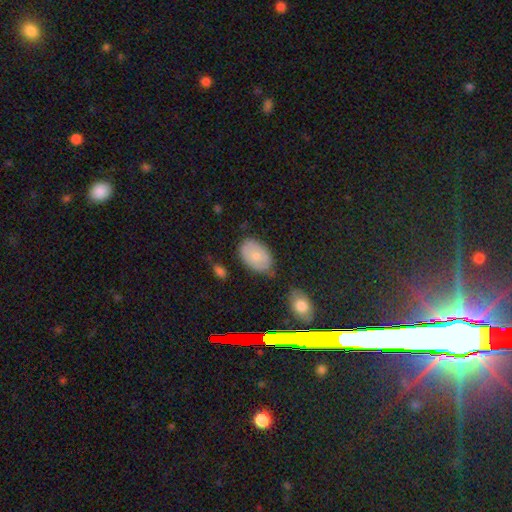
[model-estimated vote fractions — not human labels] smooth_or_featured: smooth (p=0.71) [alt: featured or disk p=0.20]
how_rounded: in between (p=0.87) [alt: round p=0.12]
merging: none (p=0.71) [alt: minor disturbance p=0.21]